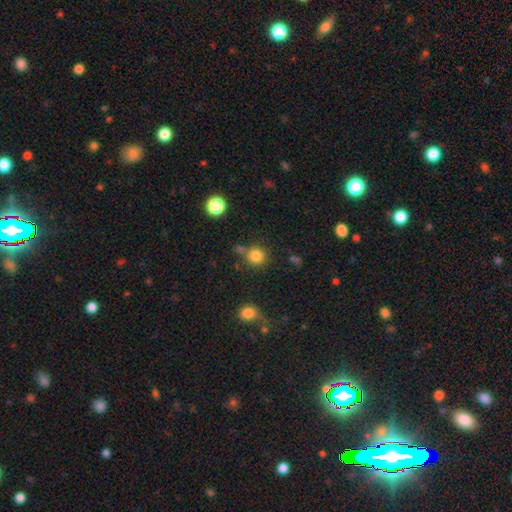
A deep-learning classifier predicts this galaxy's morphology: This appears to be a smooth galaxy with no disk features (82%) that is round (90%). Merging: none (70%).